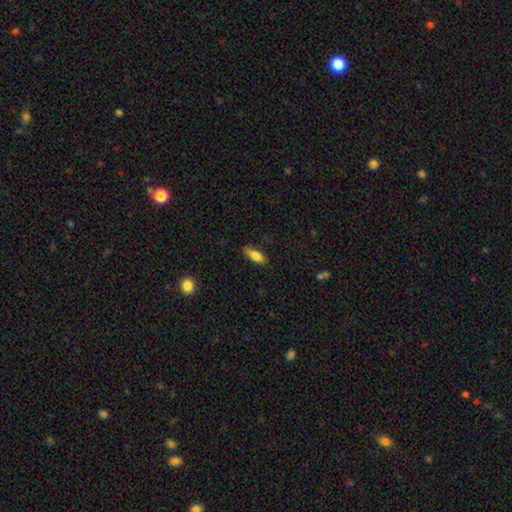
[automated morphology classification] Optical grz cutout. It shows a smooth galaxy with no disk features (81%) that is in between round and cigar-shaped (69%). Merging: none (81%).